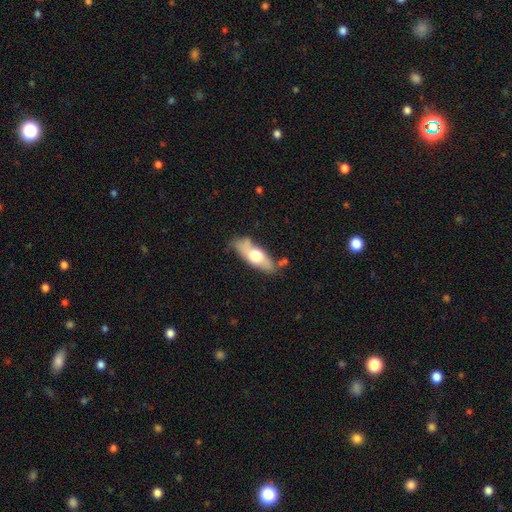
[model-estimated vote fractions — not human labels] Morphology: type=smooth (52%); roundness=in between (62%); merging=none (64%).